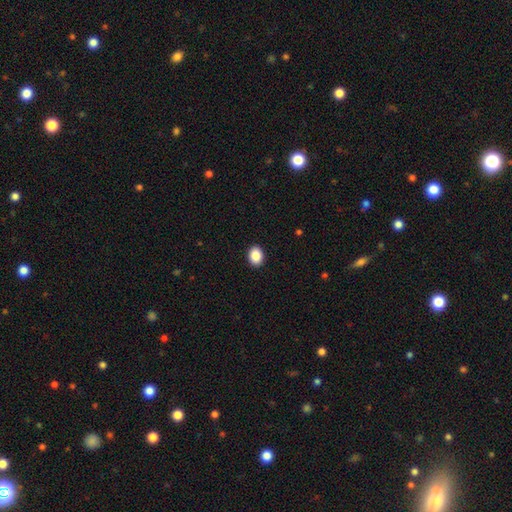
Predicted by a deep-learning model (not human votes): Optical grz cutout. It shows a smooth galaxy with no disk features (89%) that is in between round and cigar-shaped (67%). Merging: none (92%).